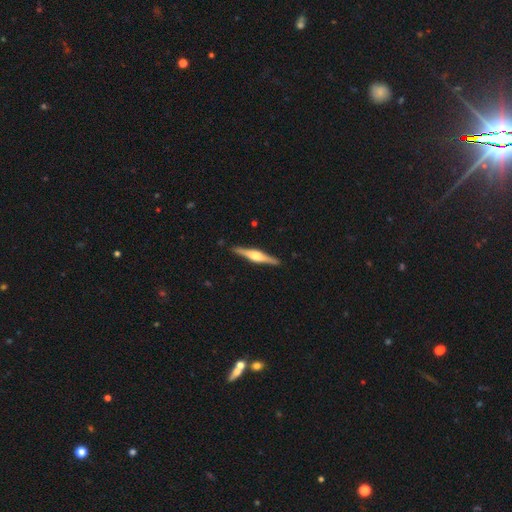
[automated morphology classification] Q: Smooth or featured?
A: featured or disk (76%); runner-up: smooth (19%)
Q: Edge-on disk?
A: yes (98%); runner-up: no (2%)
Q: Edge-on bulge?
A: rounded (86%); runner-up: boxy (11%)
Q: Merging?
A: none (91%); runner-up: minor disturbance (7%)